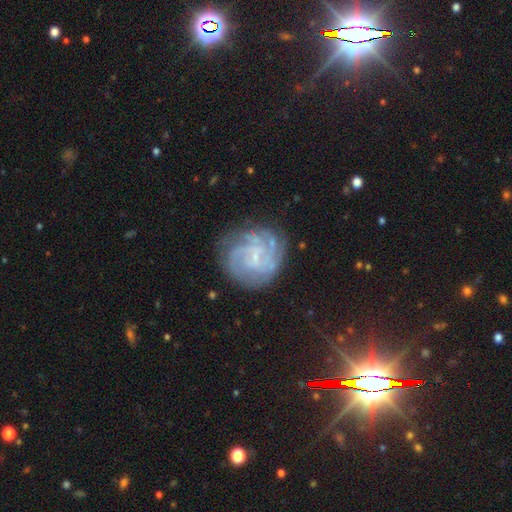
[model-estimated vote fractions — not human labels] smooth-or-featured: featured or disk: 80% | smooth: 12% | star or artifact: 8%
  disk-edge-on: no: 98% | yes: 2%
    bar: weak: 47% | no: 42% | strong: 10%
    has-spiral-arms: yes: 93% | no: 7%
      spiral-winding: tight: 62% | medium: 30% | loose: 8%
      spiral-arm-count: can't tell: 37% | 4: 19% | 3: 18% | 2: 12% | more than 4: 8% | 1: 6%
    bulge-size: small: 70% | none: 18% | moderate: 11% | large: 1% | dominant: 1%
  merging: none: 72% | minor disturbance: 17% | major disturbance: 9% | merger: 2%